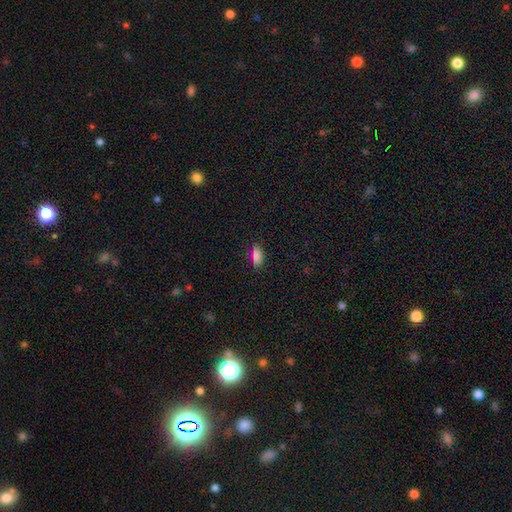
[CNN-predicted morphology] smooth_or_featured: smooth (p=0.83) [alt: star or artifact p=0.12]
how_rounded: in between (p=0.85) [alt: cigar-shaped p=0.12]
merging: none (p=0.84) [alt: minor disturbance p=0.12]